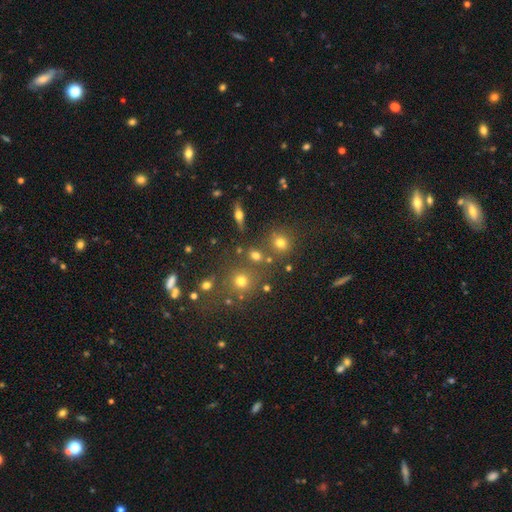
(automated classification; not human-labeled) Q: Smooth or featured?
A: smooth (69%); runner-up: star or artifact (19%)
Q: How rounded?
A: round (78%); runner-up: in between (20%)
Q: Merging?
A: none (74%); runner-up: merger (12%)